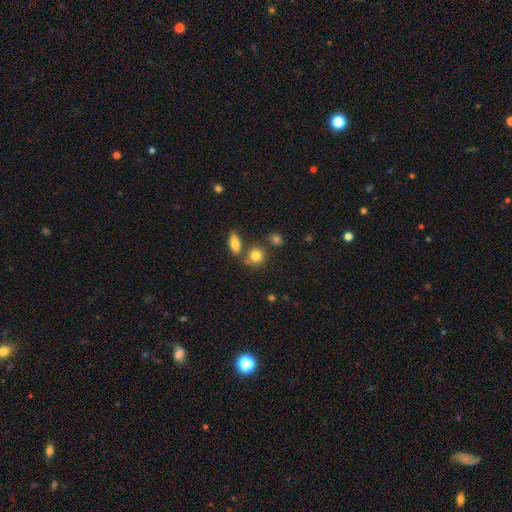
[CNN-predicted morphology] A smooth galaxy with no disk features (82%) that is round (78%).

Vote fractions:
- Smooth or featured? smooth: 82% / star or artifact: 10% / featured or disk: 9%
- How rounded? round: 78% / in between: 20% / cigar-shaped: 2%
- Merging? none: 63% / merger: 22% / minor disturbance: 11% / major disturbance: 4%